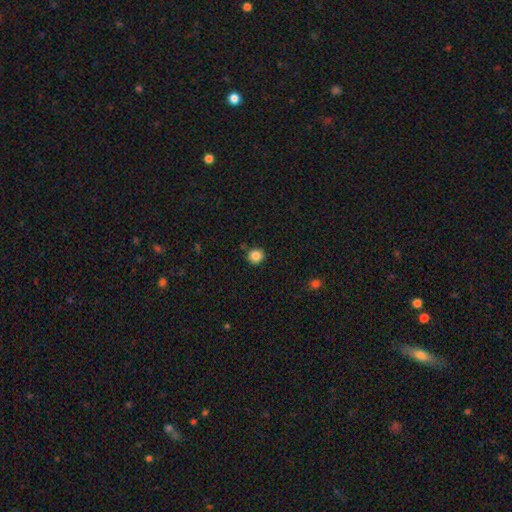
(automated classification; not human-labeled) The model was most divided on "smooth or featured": smooth: 85%, star or artifact: 10%, featured or disk: 4%. More confident: how rounded — round (90%); merging — none (86%).